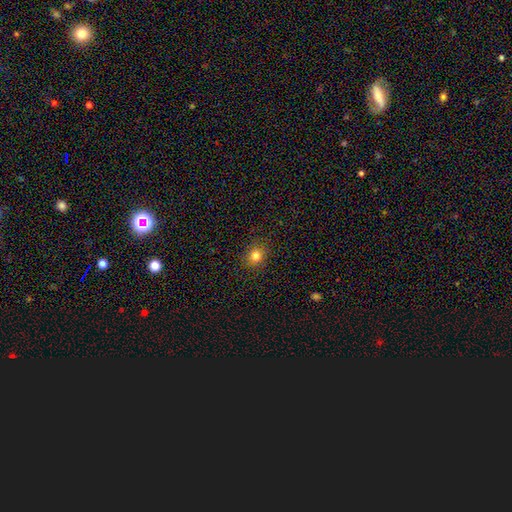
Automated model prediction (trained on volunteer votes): Smooth or featured? smooth (80%)
How rounded? round (73%)
Merging? none (88%)